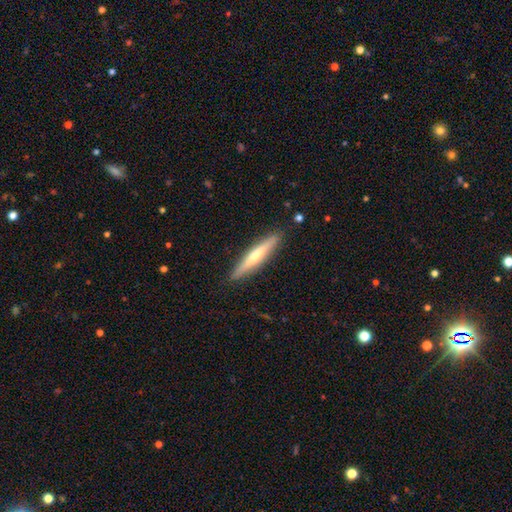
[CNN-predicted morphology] Smooth or featured? Predicted: featured or disk (p=0.52). Edge-on disk? Predicted: yes (p=0.94). Merging? Predicted: none (p=0.90).